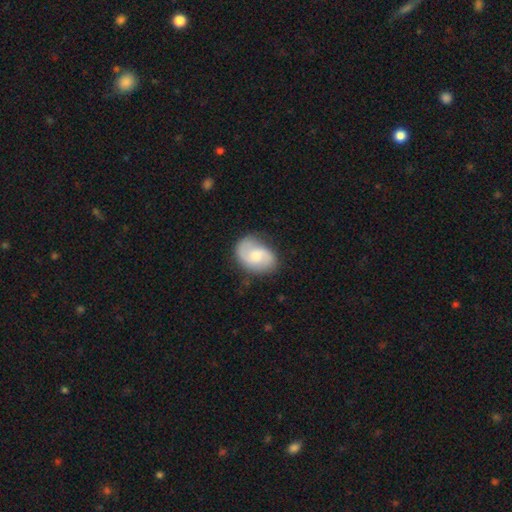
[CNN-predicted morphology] A featured or disk galaxy (65%) with no bar (52%), 2 (86%) medium (48%) spiral arms (92%) and a moderate central bulge (48%). Merging: none (70%).